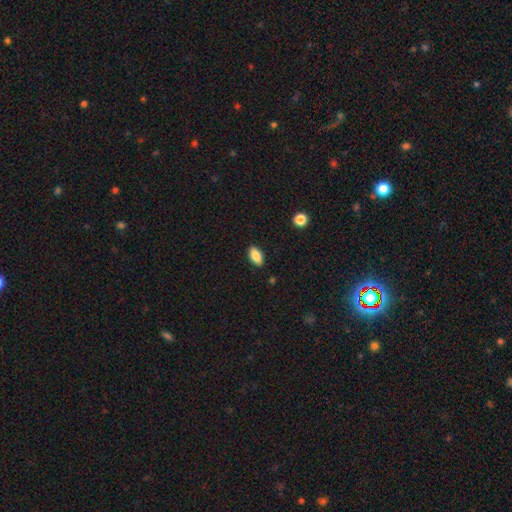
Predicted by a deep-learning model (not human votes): The model was most divided on "smooth or featured": smooth: 84%, featured or disk: 8%, star or artifact: 8%. More confident: how rounded — in between (91%); merging — none (89%).